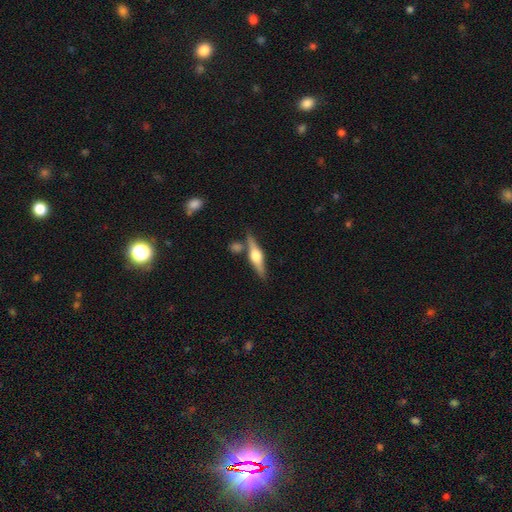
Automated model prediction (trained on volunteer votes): Smooth or featured? Predicted: featured or disk (p=0.72). Edge-on disk? Predicted: yes (p=0.97). Edge-on bulge? Predicted: rounded (p=0.94). Merging? Predicted: none (p=0.78).